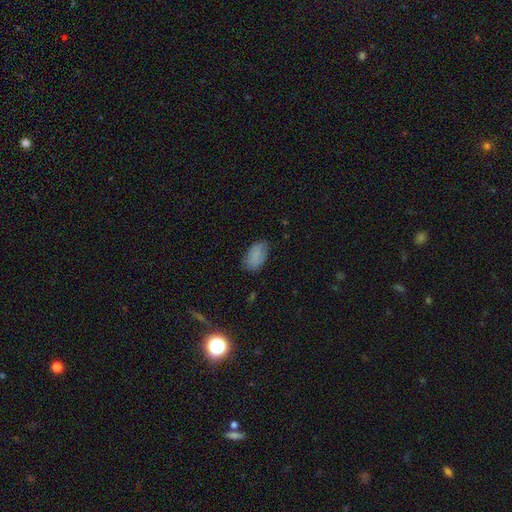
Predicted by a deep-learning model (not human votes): Smooth or featured?
  - smooth: 83% *
  - featured or disk: 9%
  - star or artifact: 8%
How rounded?
  - in between: 93% *
  - round: 6%
  - cigar-shaped: 2%
Merging?
  - none: 75% *
  - minor disturbance: 20%
  - major disturbance: 4%
  - merger: 1%